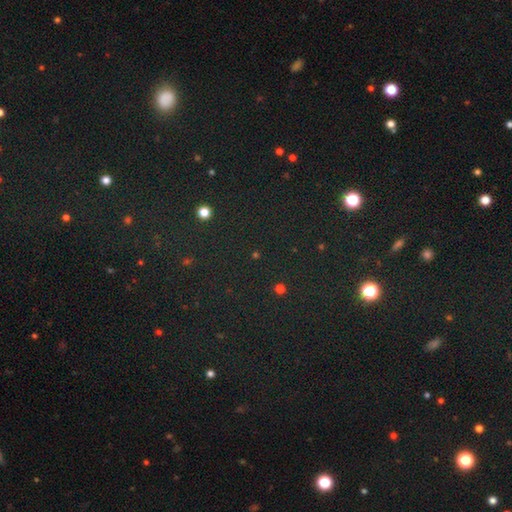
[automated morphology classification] The model was most divided on "smooth or featured": star or artifact: 71%, smooth: 20%, featured or disk: 9%.